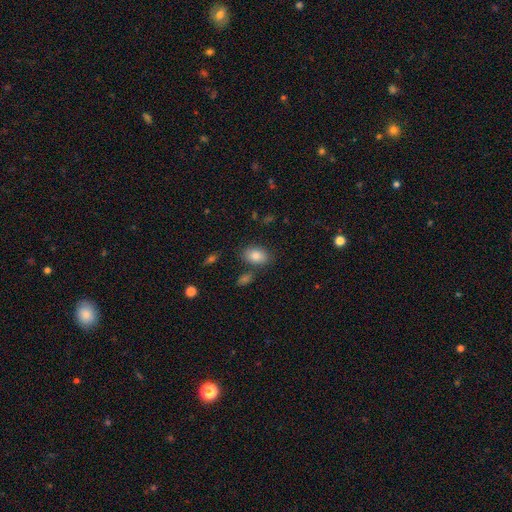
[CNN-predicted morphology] Smooth or featured: smooth — 85% (star or artifact — 8%)
How rounded: in between — 86% (round — 13%)
Merging: none — 77% (minor disturbance — 12%)